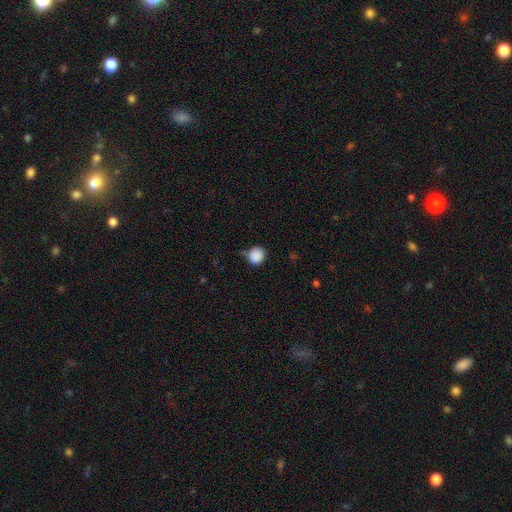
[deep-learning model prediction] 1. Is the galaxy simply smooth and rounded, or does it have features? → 88% smooth, 9% star or artifact, 3% featured or disk.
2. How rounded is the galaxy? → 91% round, 8% in between, 1% cigar-shaped.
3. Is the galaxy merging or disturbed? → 75% none, 17% minor disturbance, 4% major disturbance, 4% merger.